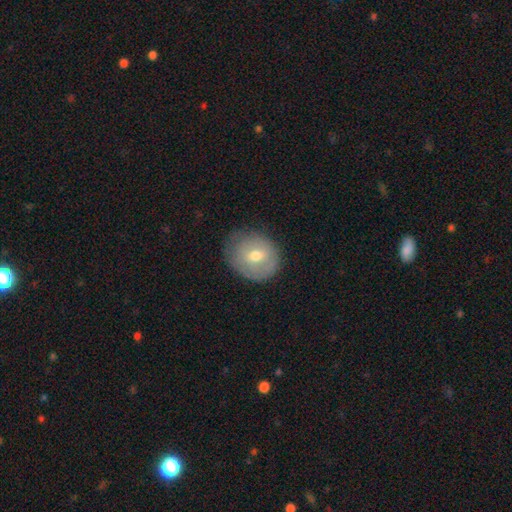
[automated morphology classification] Smooth or featured? Predicted: smooth (p=0.56). How rounded? Predicted: round (p=0.71). Merging? Predicted: none (p=0.70).